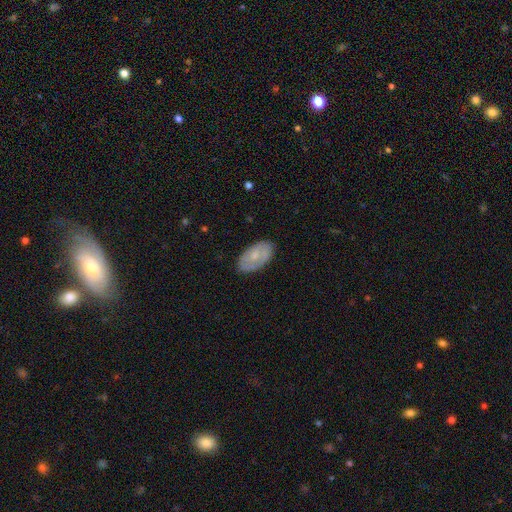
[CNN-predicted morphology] Smooth or featured? Predicted: smooth (p=0.51). How rounded? Predicted: in between (p=0.93). Merging? Predicted: none (p=0.80).